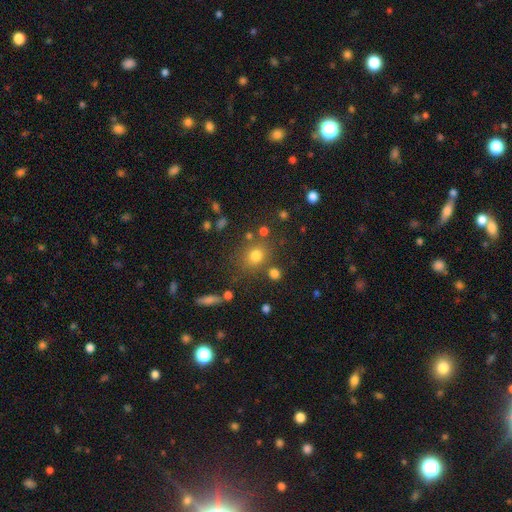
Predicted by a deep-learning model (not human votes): Smooth or featured? smooth (75%)
How rounded? round (75%)
Merging? none (75%)